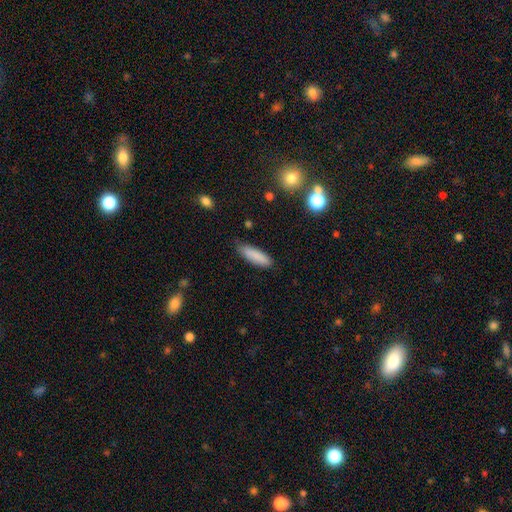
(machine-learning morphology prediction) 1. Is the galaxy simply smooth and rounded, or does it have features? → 86% smooth, 7% star or artifact, 7% featured or disk.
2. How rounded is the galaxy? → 55% cigar-shaped, 44% in between, 2% round.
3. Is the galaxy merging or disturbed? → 82% none, 14% minor disturbance, 3% major disturbance, 1% merger.